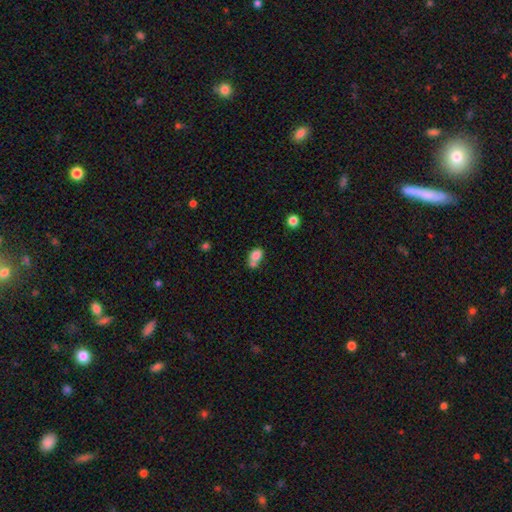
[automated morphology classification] smooth-or-featured: smooth: 79% | featured or disk: 11% | star or artifact: 10%
  how-rounded: in between: 66% | round: 32% | cigar-shaped: 1%
  merging: merger: 48% | none: 34% | minor disturbance: 12% | major disturbance: 6%